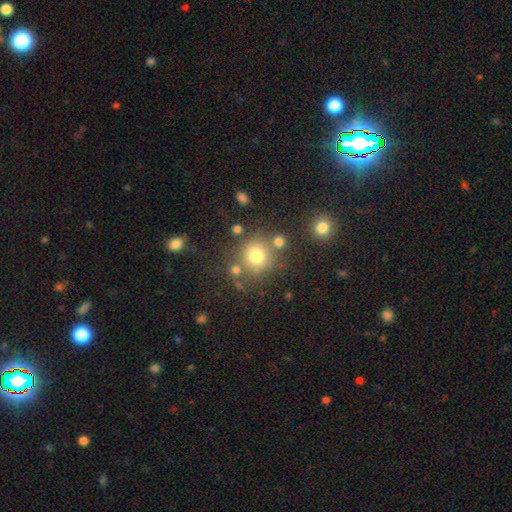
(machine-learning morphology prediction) smooth_or_featured: smooth (p=0.75) [alt: star or artifact p=0.15]
how_rounded: round (p=0.90) [alt: in between p=0.09]
merging: none (p=0.69) [alt: merger p=0.14]